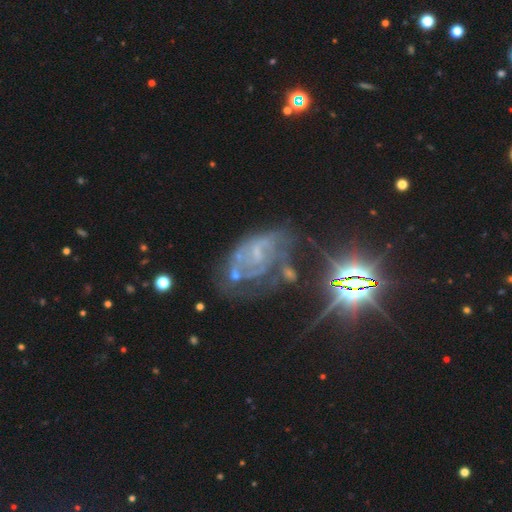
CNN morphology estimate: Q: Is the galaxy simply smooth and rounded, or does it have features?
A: featured or disk — 65%.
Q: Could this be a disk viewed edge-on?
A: no — 96%.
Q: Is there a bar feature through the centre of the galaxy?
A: no — 55%.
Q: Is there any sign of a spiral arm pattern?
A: yes — 72%.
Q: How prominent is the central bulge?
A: small — 49%.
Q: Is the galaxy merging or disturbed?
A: none — 44%.